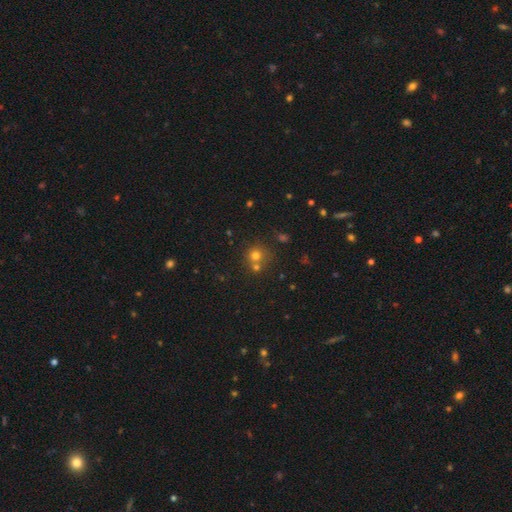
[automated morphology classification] Smooth or featured? Predicted: smooth (p=0.70). How rounded? Predicted: round (p=0.89). Merging? Predicted: none (p=0.58).